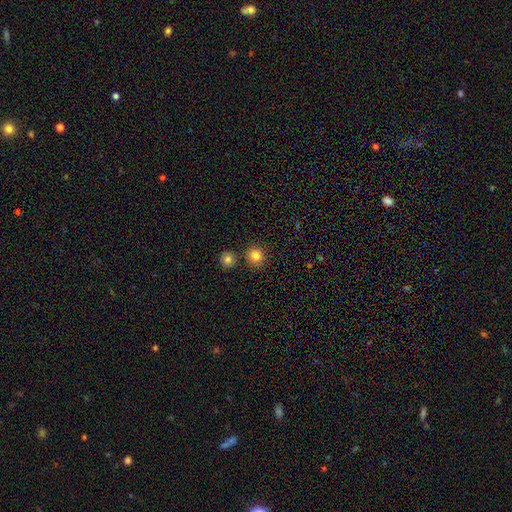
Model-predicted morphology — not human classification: This is clearly a smooth galaxy (83%). How rounded: clearly round (91%). Merging: clearly none (82%).